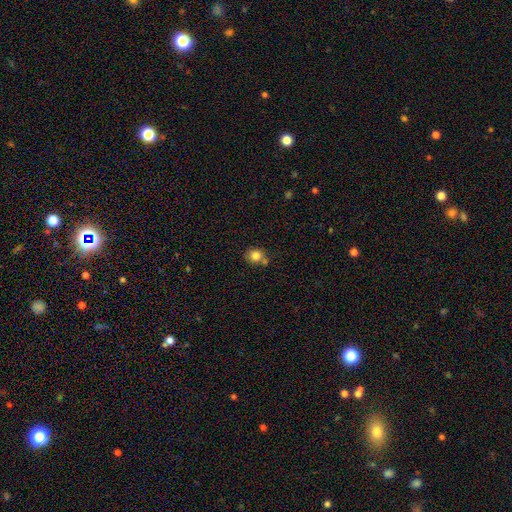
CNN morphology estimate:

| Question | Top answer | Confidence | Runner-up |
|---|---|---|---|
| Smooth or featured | smooth | 82% | star or artifact (11%) |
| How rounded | round | 78% | in between (21%) |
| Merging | none | 63% | merger (19%) |